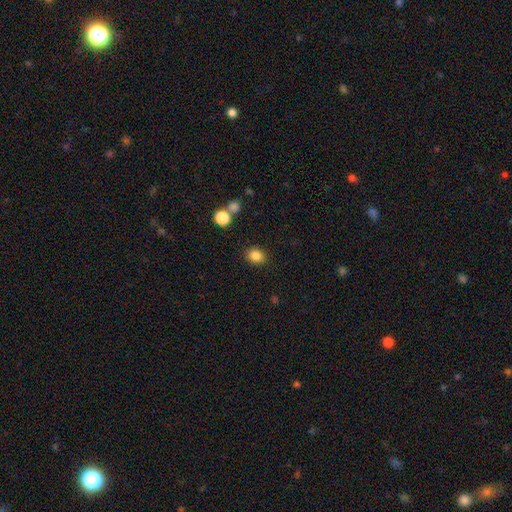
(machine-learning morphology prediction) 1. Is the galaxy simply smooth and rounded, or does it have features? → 85% smooth, 11% star or artifact, 5% featured or disk.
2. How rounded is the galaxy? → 53% round, 46% in between, 1% cigar-shaped.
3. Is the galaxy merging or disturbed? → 86% none, 9% minor disturbance, 3% merger, 3% major disturbance.